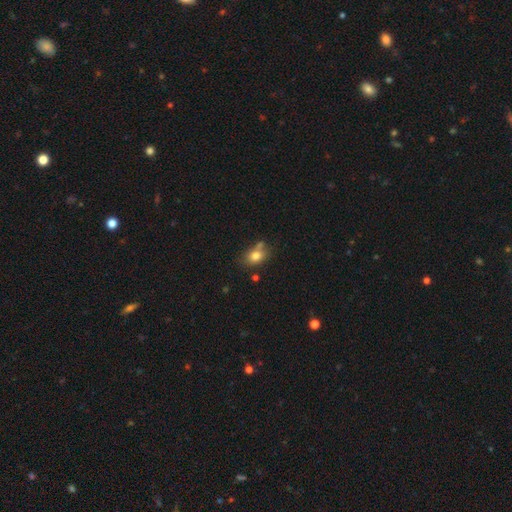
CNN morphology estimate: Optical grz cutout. It shows a smooth galaxy with no disk features (79%) that is in between round and cigar-shaped (71%). Merging: none (57%).